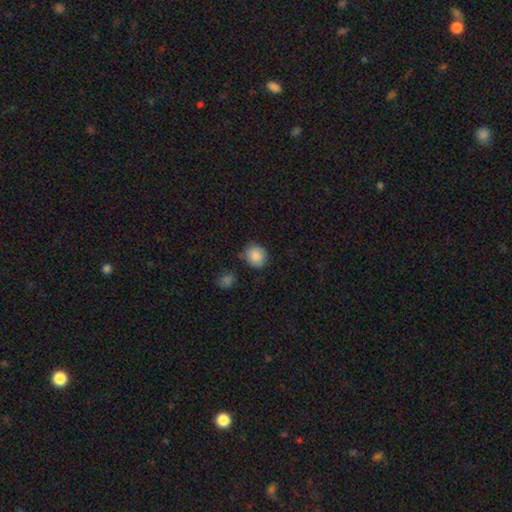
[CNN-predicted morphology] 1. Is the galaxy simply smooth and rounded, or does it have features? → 88% smooth, 8% star or artifact, 4% featured or disk.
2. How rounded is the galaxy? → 80% round, 20% in between, 1% cigar-shaped.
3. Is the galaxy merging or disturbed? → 79% none, 14% minor disturbance, 4% merger, 3% major disturbance.